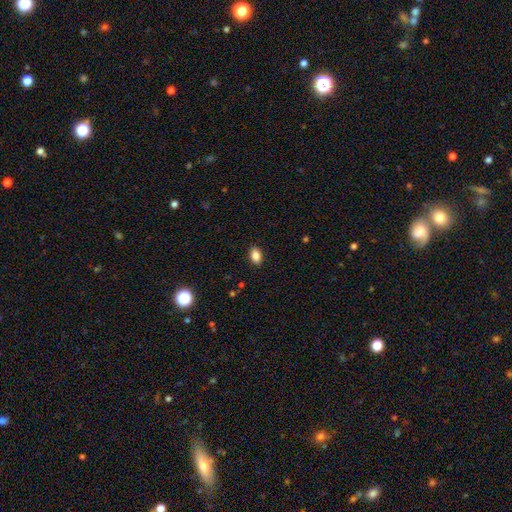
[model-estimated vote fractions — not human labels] A smooth galaxy with no disk features (86%) that is in between round and cigar-shaped (87%).

Vote fractions:
- Smooth or featured? smooth: 86% / star or artifact: 9% / featured or disk: 5%
- How rounded? in between: 87% / round: 11% / cigar-shaped: 2%
- Merging? none: 89% / minor disturbance: 8% / major disturbance: 2% / merger: 1%